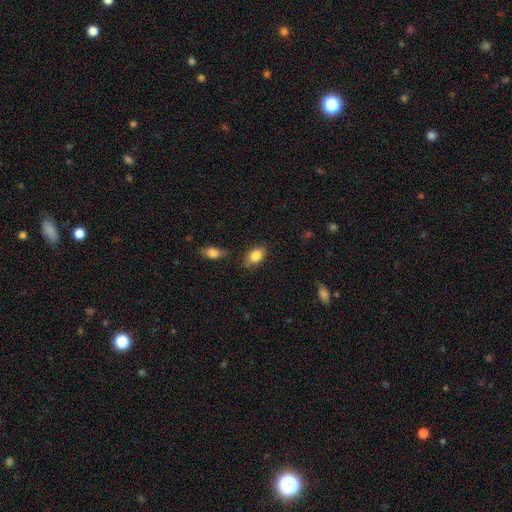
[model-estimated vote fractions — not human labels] A smooth galaxy with no disk features (84%) that is in between round and cigar-shaped (88%).

Vote fractions:
- Smooth or featured? smooth: 84% / featured or disk: 8% / star or artifact: 7%
- How rounded? in between: 88% / round: 10% / cigar-shaped: 2%
- Merging? none: 79% / minor disturbance: 15% / merger: 4% / major disturbance: 3%